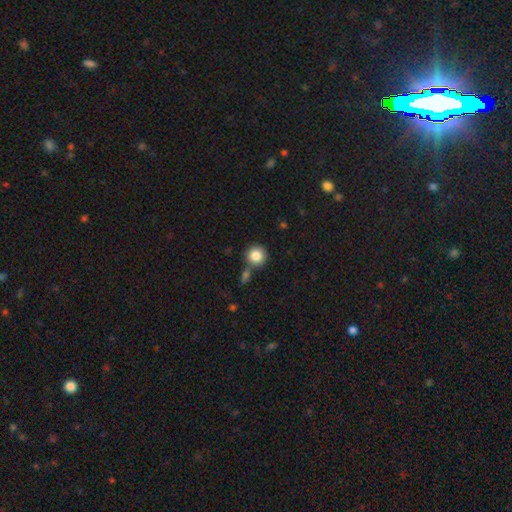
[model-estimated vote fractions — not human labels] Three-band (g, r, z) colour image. It shows a smooth galaxy with no disk features (84%) that is round (92%). Merging: none (71%).